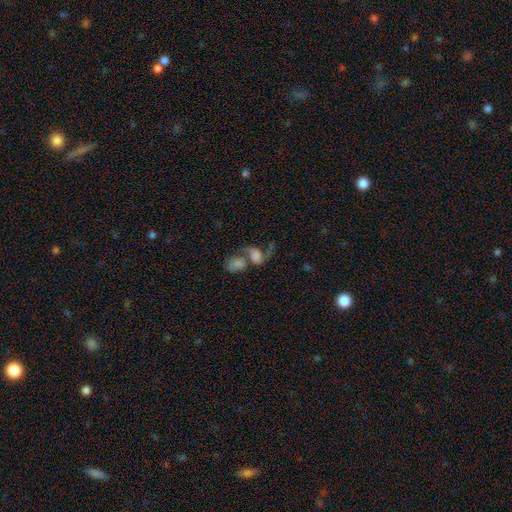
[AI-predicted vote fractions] Smooth or featured: featured or disk — 48% (smooth — 40%)
Merging: merger — 66% (none — 14%)